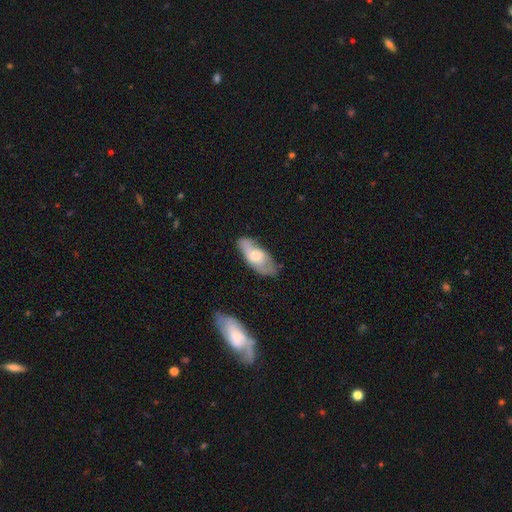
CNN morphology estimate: A smooth galaxy with no disk features (50%). Merging: none (57%).